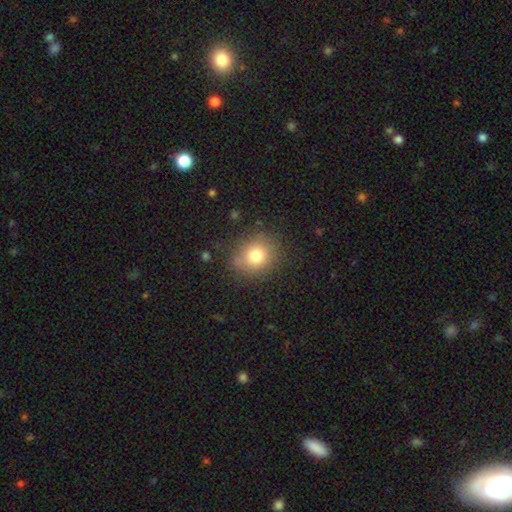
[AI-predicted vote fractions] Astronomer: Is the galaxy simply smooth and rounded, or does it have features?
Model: smooth — 79%.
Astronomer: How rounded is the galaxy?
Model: round — 75%.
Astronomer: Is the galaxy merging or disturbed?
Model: none — 81%.